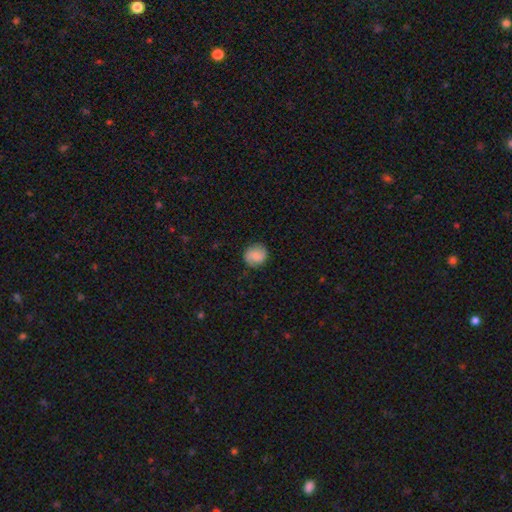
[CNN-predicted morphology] The model was most divided on "smooth or featured": smooth: 70%, featured or disk: 22%, star or artifact: 8%. More confident: how rounded — round (85%); merging — none (84%).